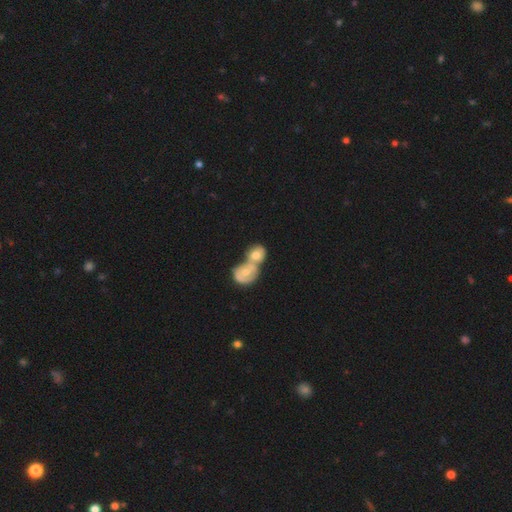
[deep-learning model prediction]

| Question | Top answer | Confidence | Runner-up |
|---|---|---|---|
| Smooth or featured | featured or disk | 48% | smooth (42%) |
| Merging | merger | 69% | none (21%) |